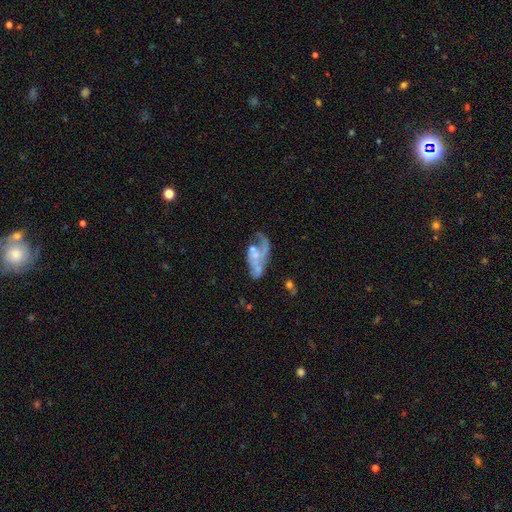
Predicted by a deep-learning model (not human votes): This is likely a featured or disk galaxy (65%). It is clearly not viewed edge-on (95%). Bar: likely no (76%). Spiral arm pattern: possibly yes (57%). Central bulge: marginally small (38%). Merging: marginally major disturbance (32%).